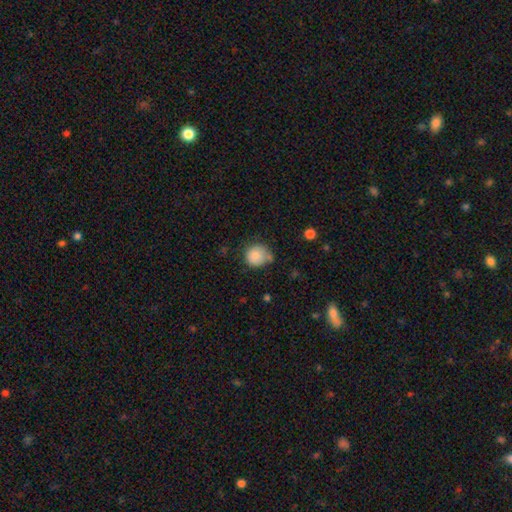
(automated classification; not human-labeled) Smooth or featured? smooth (85%)
How rounded? round (86%)
Merging? none (60%)